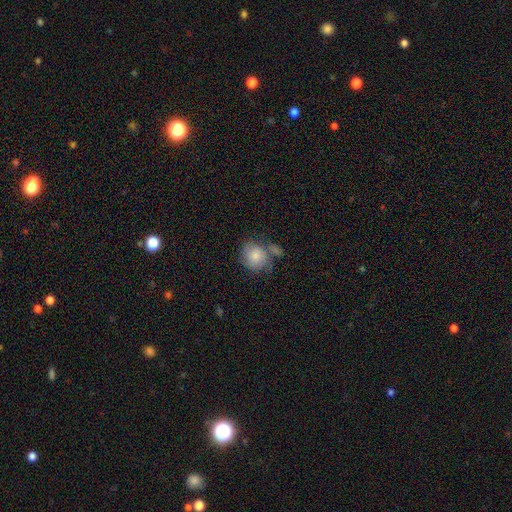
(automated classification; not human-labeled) Overall: smooth (68%). How rounded: round (70%). Merging: none (42%; merger 25%).